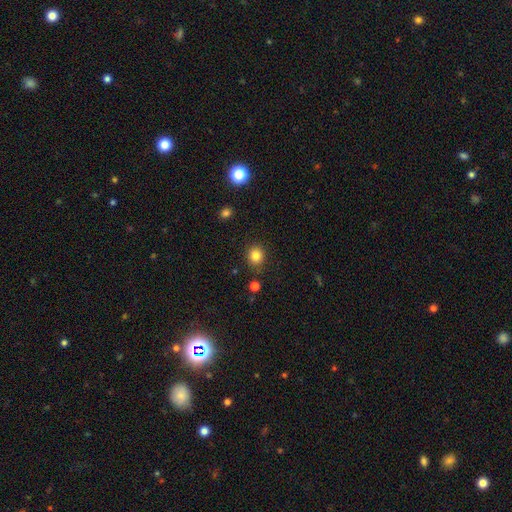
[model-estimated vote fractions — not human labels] This is clearly a smooth galaxy (83%). How rounded: clearly round (81%). Merging: clearly none (87%).